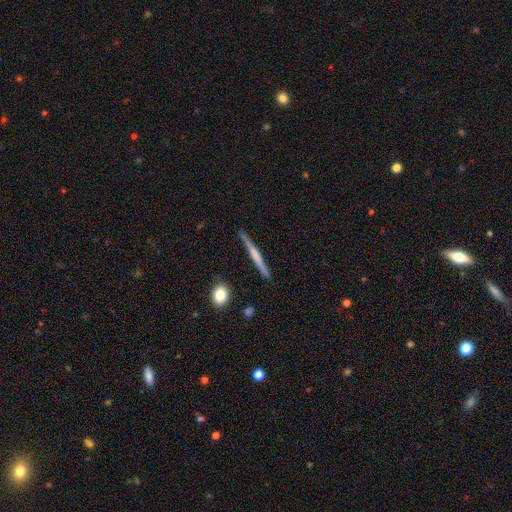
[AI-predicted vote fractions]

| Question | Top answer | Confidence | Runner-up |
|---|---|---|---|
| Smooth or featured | featured or disk | 50% | smooth (44%) |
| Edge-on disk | yes | 97% | no (3%) |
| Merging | none | 87% | minor disturbance (10%) |